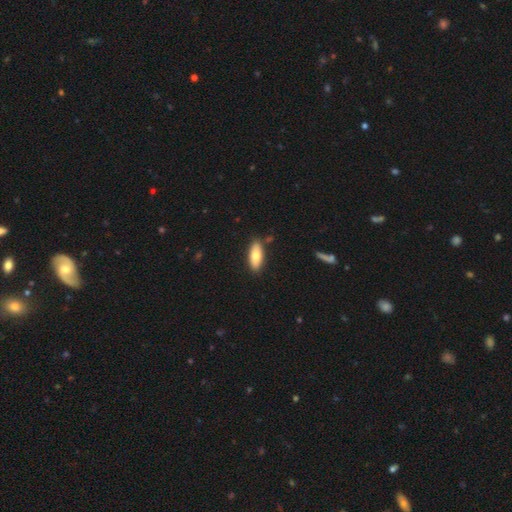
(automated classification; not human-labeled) Morphology: type=smooth (77%); roundness=in between (73%); merging=none (85%).